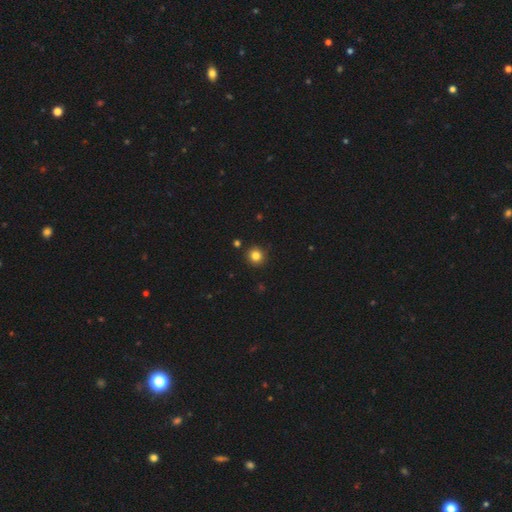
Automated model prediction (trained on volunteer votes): This appears to be a smooth galaxy with no disk features (83%) that is round (93%). Merging: none (91%).